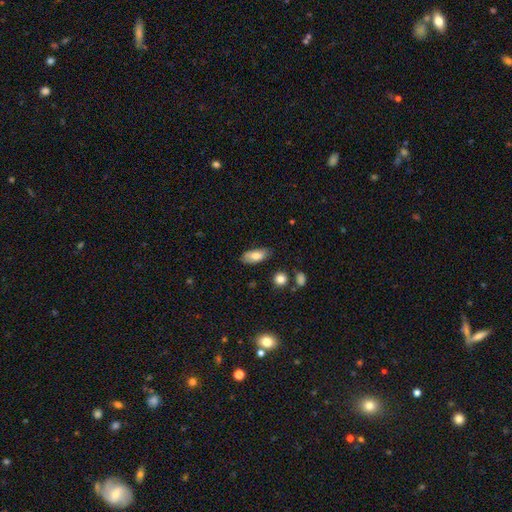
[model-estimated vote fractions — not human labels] The model was most divided on "merging": none: 76%, minor disturbance: 18%, major disturbance: 4%, merger: 2%. More confident: how rounded — in between (86%); smooth or featured — smooth (78%).